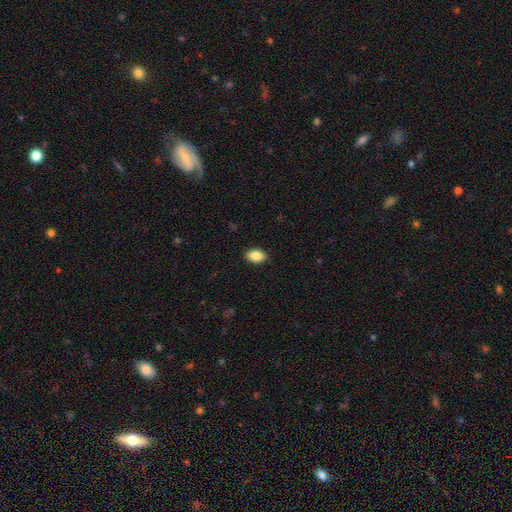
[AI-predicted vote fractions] Smooth or featured: smooth — 87% (star or artifact — 7%)
How rounded: in between — 89% (round — 9%)
Merging: none — 90% (minor disturbance — 7%)